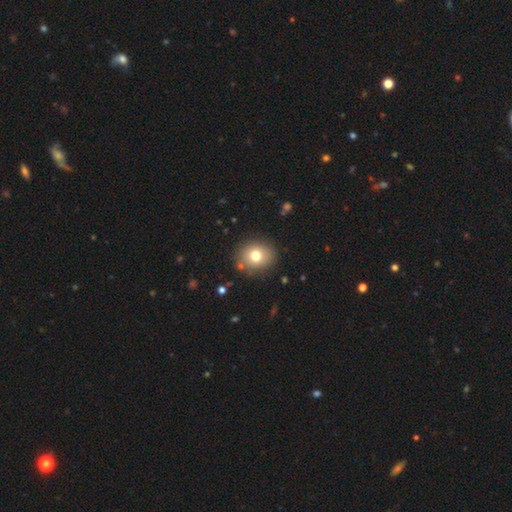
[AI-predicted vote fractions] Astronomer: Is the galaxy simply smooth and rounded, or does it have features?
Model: smooth — 75%.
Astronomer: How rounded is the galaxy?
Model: round — 69%.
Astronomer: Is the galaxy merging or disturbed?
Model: none — 86%.